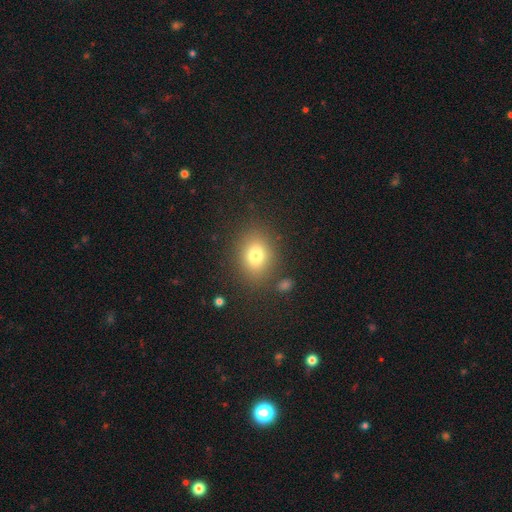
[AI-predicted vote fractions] A smooth galaxy with no disk features (77%) that is round (50%). Merging: none (83%).